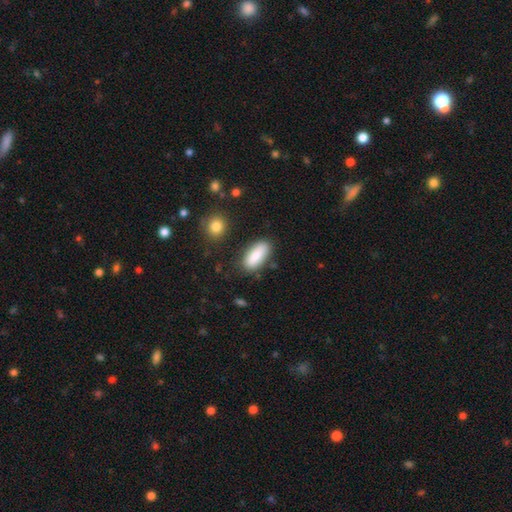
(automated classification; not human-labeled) The model was most divided on "how rounded": in between: 81%, cigar-shaped: 17%, round: 2%. More confident: smooth or featured — smooth (83%); merging — none (81%).